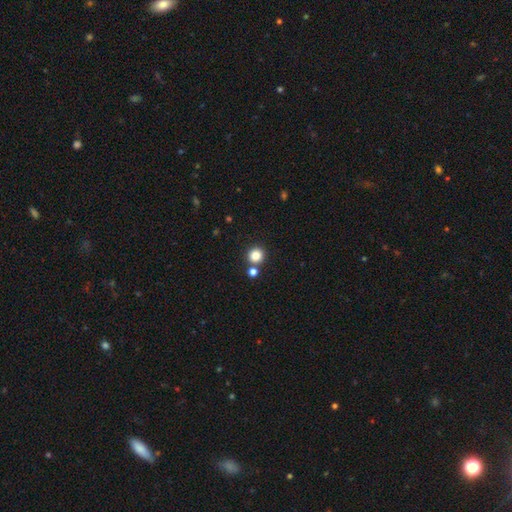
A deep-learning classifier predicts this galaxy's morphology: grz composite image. It shows a smooth galaxy with no disk features (84%) that is round (92%). Merging: none (79%).